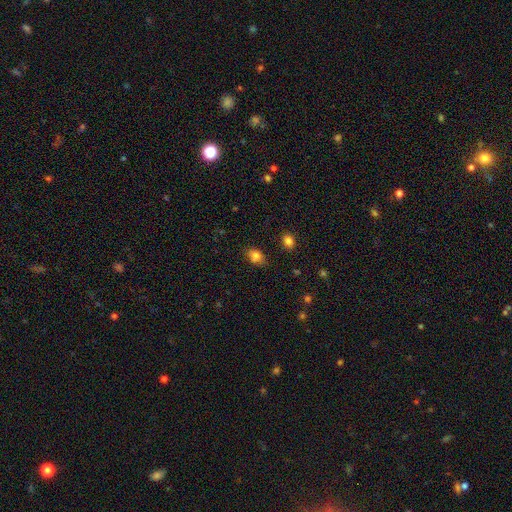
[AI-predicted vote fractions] smooth 77%, star or artifact 12%, featured or disk 11%. Down the decision tree: how rounded — in between (69%); merging — none (68%).